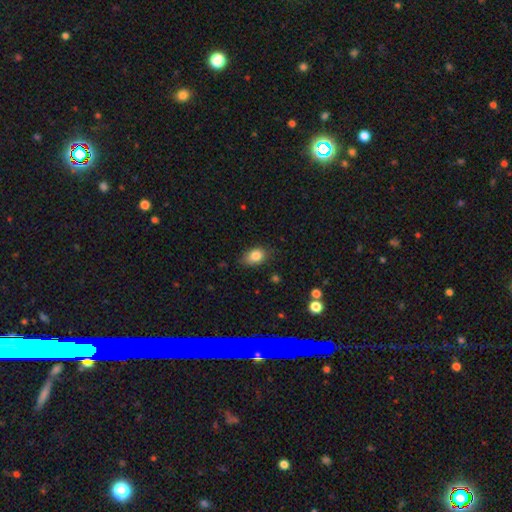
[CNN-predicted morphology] This is clearly a smooth galaxy (84%). How rounded: clearly in between (82%). Merging: likely none (75%).